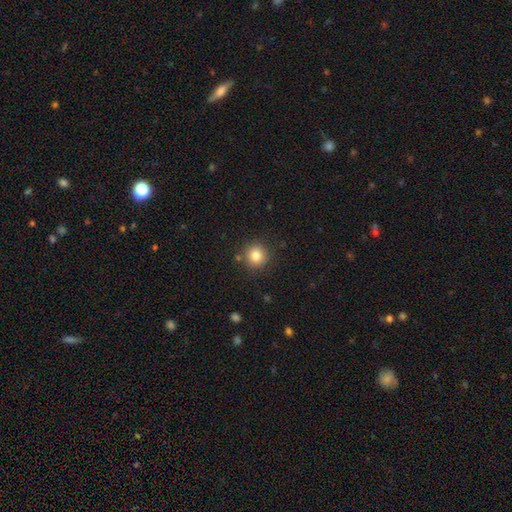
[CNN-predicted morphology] type=smooth (83%); roundness=round (92%); merging=none (86%).